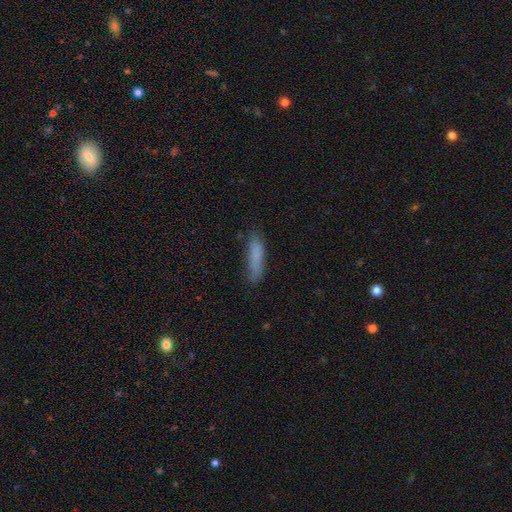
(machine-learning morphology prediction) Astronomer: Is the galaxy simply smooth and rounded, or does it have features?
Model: smooth — 82%.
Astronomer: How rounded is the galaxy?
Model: cigar-shaped — 76%.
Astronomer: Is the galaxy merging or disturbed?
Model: none — 76%.